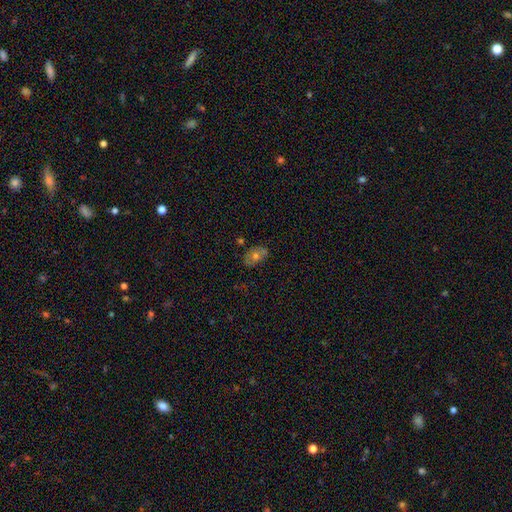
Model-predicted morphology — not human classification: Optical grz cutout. It shows a smooth galaxy with no disk features (49%). Merging: none (69%).